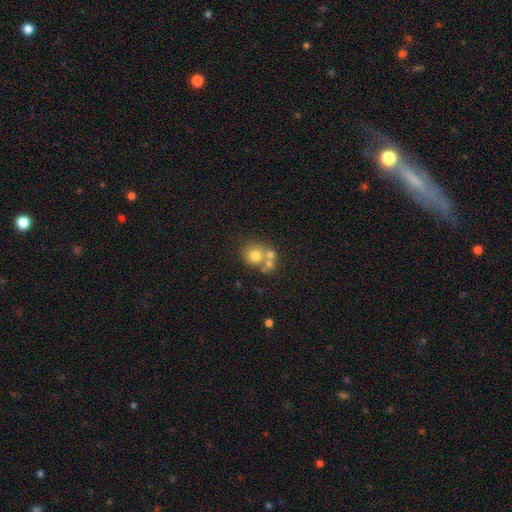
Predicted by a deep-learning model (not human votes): This is likely a smooth galaxy (68%). How rounded: clearly round (83%). Merging: marginally merger (45%).